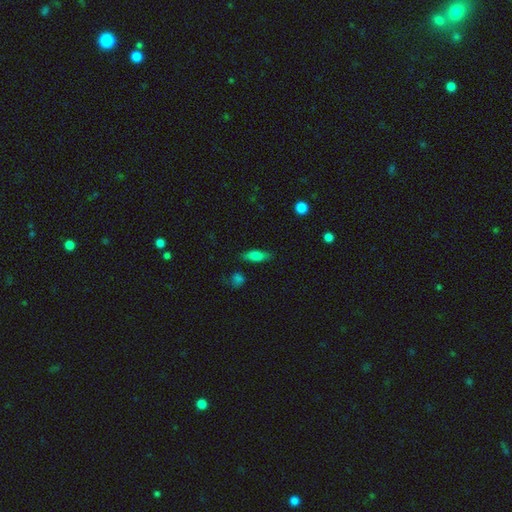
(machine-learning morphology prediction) Smooth or featured? Predicted: smooth (p=0.73). How rounded? Predicted: in between (p=0.61). Merging? Predicted: none (p=0.78).